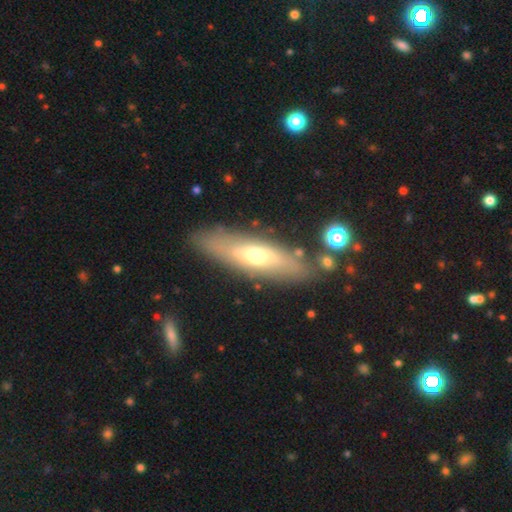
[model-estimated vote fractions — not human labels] Morphology: type=featured or disk (49%); merging=none (80%).